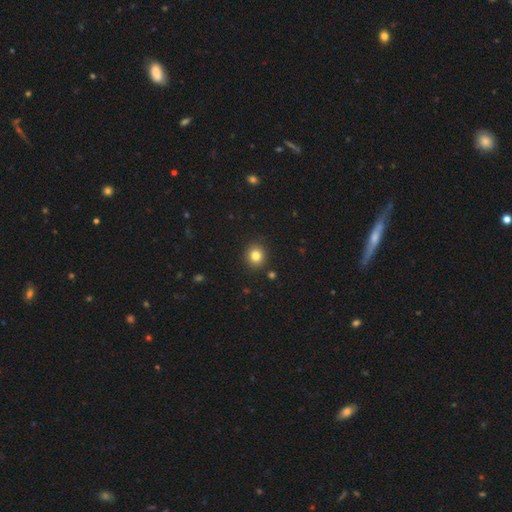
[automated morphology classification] type=smooth (82%); roundness=round (82%); merging=none (90%).